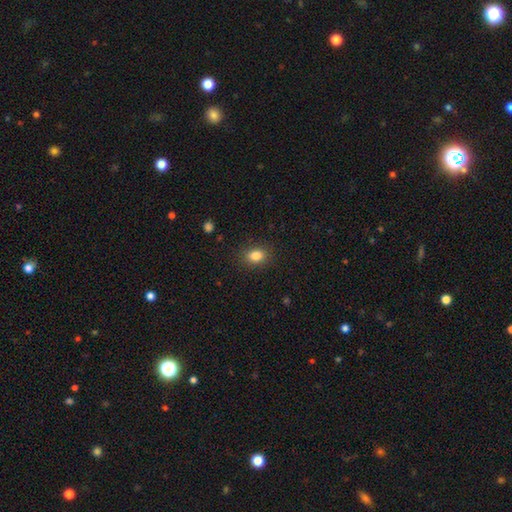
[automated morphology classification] This is clearly a smooth galaxy (84%). How rounded: likely in between (62%). Merging: clearly none (86%).